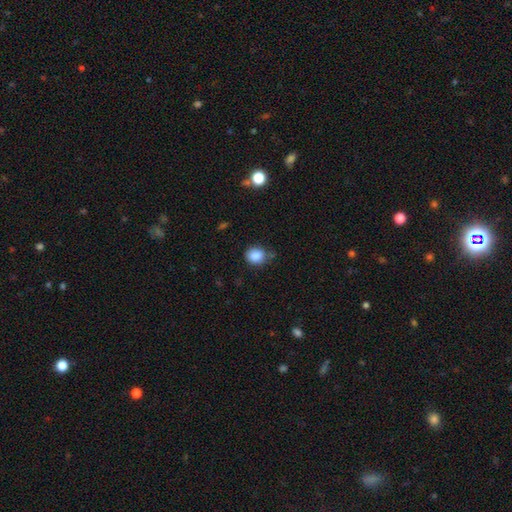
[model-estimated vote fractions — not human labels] Overall: smooth (87%). How rounded: round (71%). Merging: none (68%).